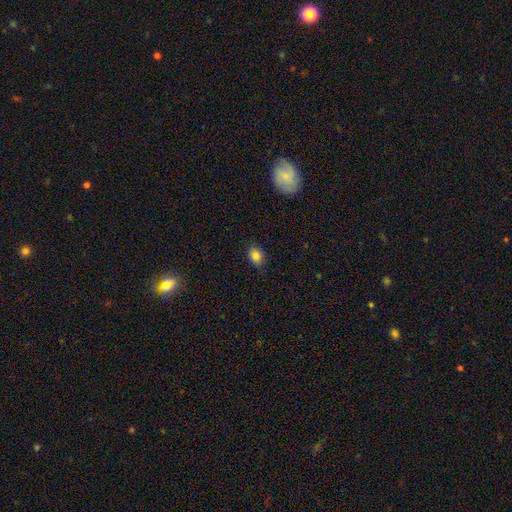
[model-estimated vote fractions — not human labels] Smooth or featured? smooth (83%)
How rounded? in between (56%)
Merging? none (83%)